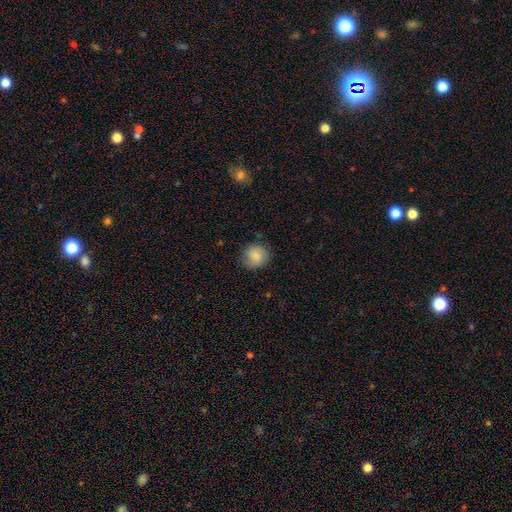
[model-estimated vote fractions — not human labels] smooth 80%, featured or disk 12%, star or artifact 8%. Down the decision tree: how rounded — round (85%); merging — none (76%).